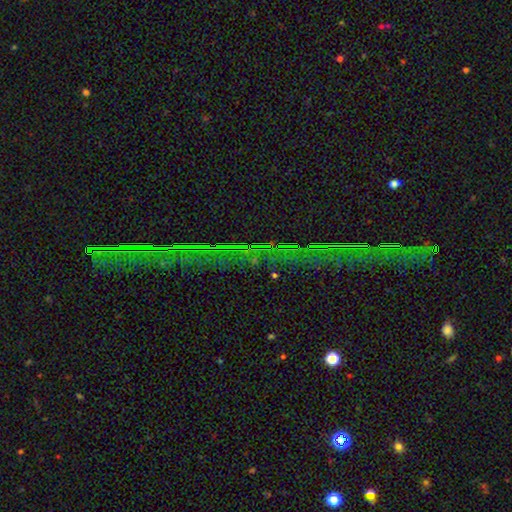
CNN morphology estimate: A star or artifact, not a galaxy (83%).

Vote fractions:
- Smooth or featured? star or artifact: 83% / featured or disk: 9% / smooth: 7%